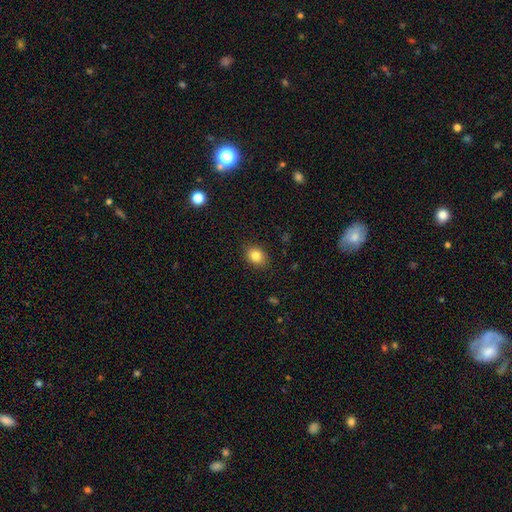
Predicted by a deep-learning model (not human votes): smooth-or-featured: smooth: 83% | star or artifact: 10% | featured or disk: 7%
  how-rounded: in between: 57% | round: 43% | cigar-shaped: 1%
  merging: none: 87% | minor disturbance: 9% | major disturbance: 2% | merger: 1%